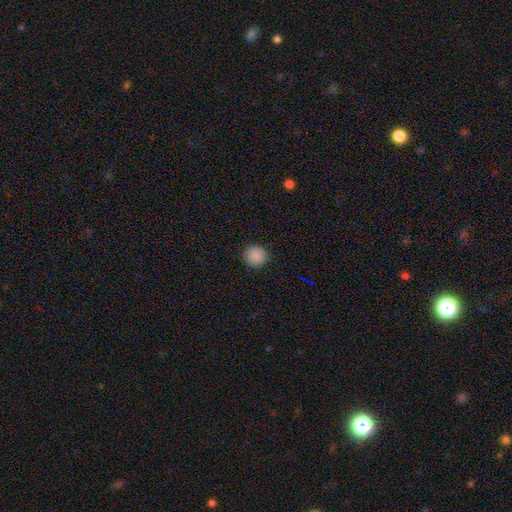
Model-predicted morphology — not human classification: smooth-or-featured: smooth: 88% | star or artifact: 9% | featured or disk: 3%
  how-rounded: round: 91% | in between: 8% | cigar-shaped: 1%
  merging: none: 90% | minor disturbance: 7% | major disturbance: 2% | merger: 1%